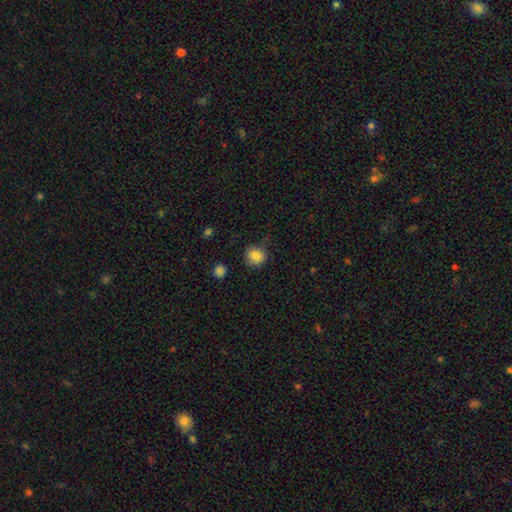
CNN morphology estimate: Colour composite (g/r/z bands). It shows a smooth galaxy with no disk features (84%) that is round (86%). Merging: none (83%).